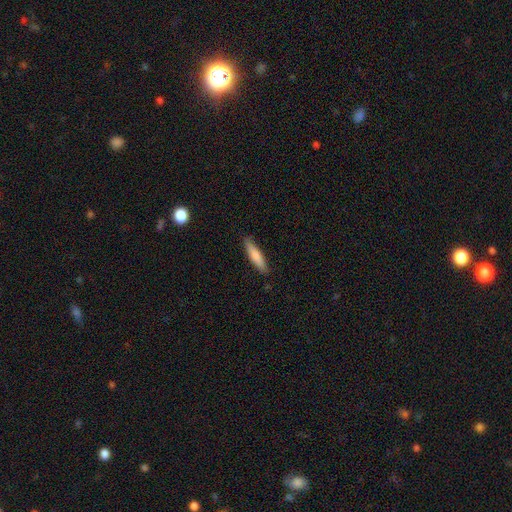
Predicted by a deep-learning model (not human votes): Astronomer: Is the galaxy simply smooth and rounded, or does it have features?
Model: smooth — 74%.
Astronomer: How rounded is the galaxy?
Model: cigar-shaped — 83%.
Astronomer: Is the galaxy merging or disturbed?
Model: none — 87%.